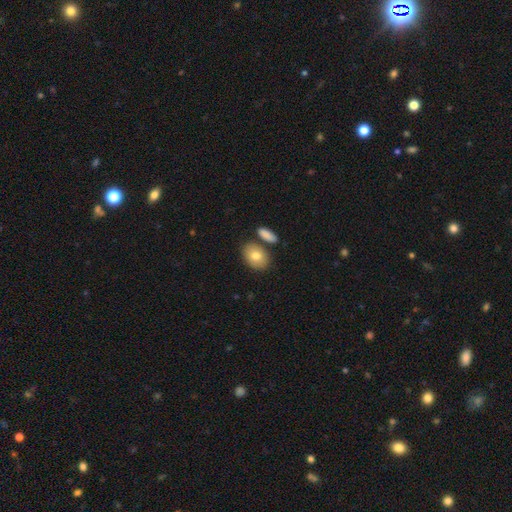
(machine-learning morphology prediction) Overall: smooth (79%). How rounded: in between (82%). Merging: none (70%).